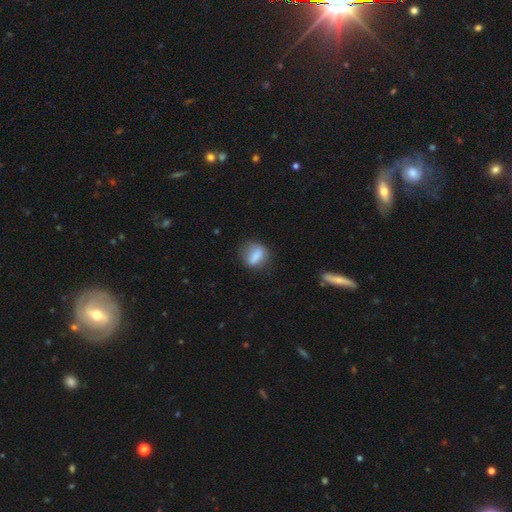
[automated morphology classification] smooth-or-featured: smooth: 76% | featured or disk: 16% | star or artifact: 9%
  how-rounded: in between: 56% | round: 32% | cigar-shaped: 11%
  merging: none: 71% | minor disturbance: 19% | major disturbance: 8% | merger: 2%